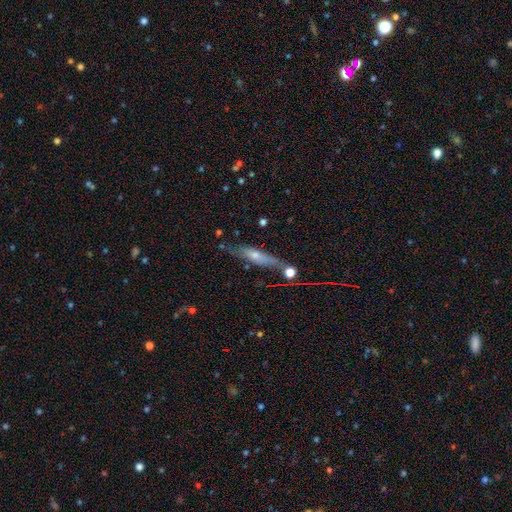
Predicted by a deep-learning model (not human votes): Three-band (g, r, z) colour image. It shows a featured or disk galaxy (50%). Merging: none (65%).